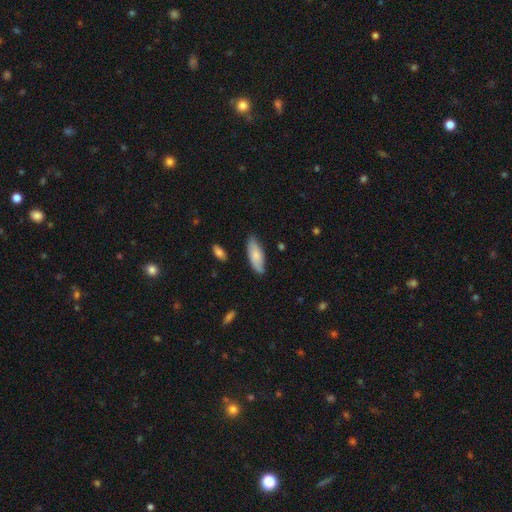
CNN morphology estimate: type=smooth (75%); roundness=in between (76%); merging=none (77%).